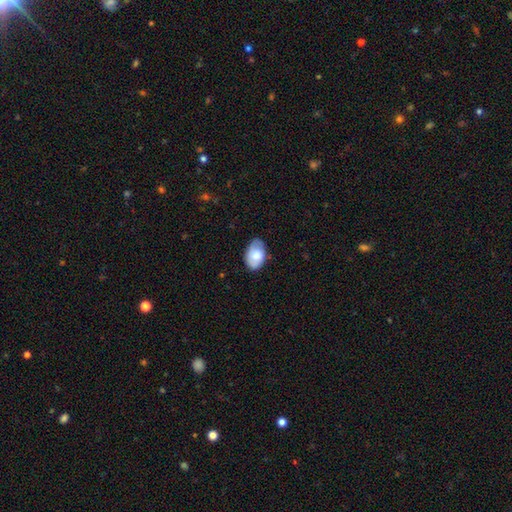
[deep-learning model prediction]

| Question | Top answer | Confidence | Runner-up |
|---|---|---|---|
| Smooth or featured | smooth | 71% | featured or disk (22%) |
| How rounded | in between | 91% | round (8%) |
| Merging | none | 69% | minor disturbance (25%) |